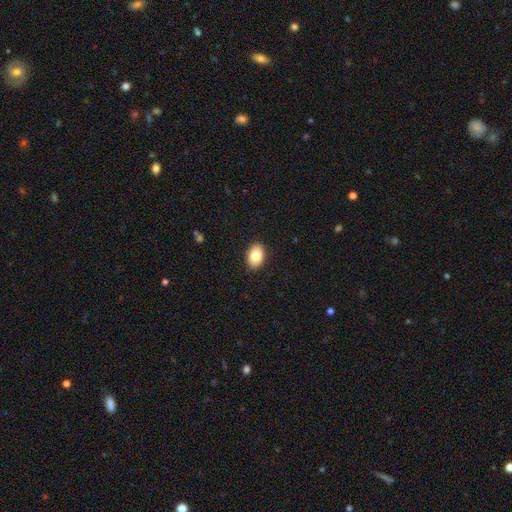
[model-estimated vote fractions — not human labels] Smooth or featured?
  - smooth: 82% *
  - featured or disk: 10%
  - star or artifact: 8%
How rounded?
  - in between: 84% *
  - round: 14%
  - cigar-shaped: 1%
Merging?
  - none: 90% *
  - minor disturbance: 8%
  - major disturbance: 2%
  - merger: 1%